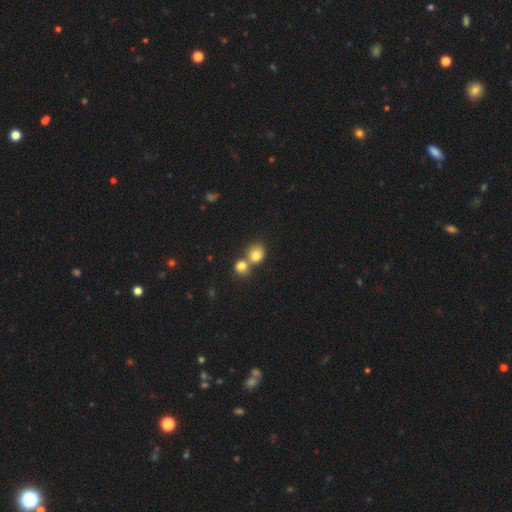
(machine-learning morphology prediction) This appears to be a smooth galaxy with no disk features (80%) that is round (80%). Merging: merger (49%).